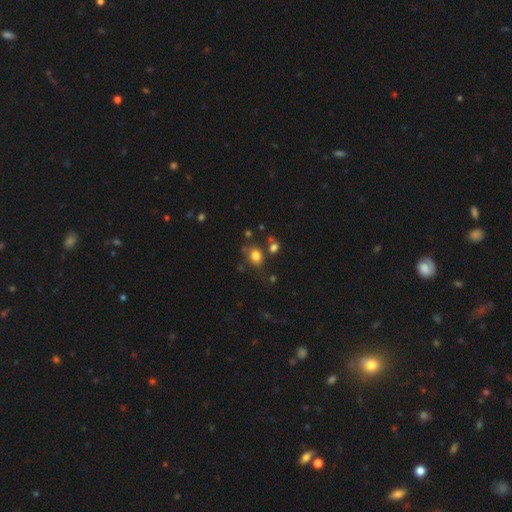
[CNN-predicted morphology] Smooth or featured? Predicted: smooth (p=0.79). How rounded? Predicted: round (p=0.56). Merging? Predicted: none (p=0.69).